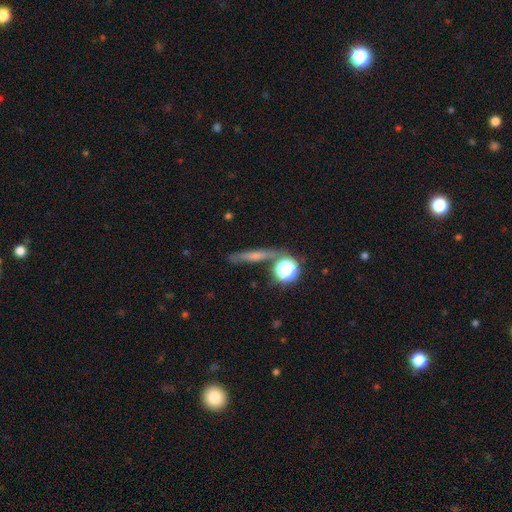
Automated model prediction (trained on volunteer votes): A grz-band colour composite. It shows a smooth galaxy with no disk features (39%, tied with featured or disk). Merging: none (77%).